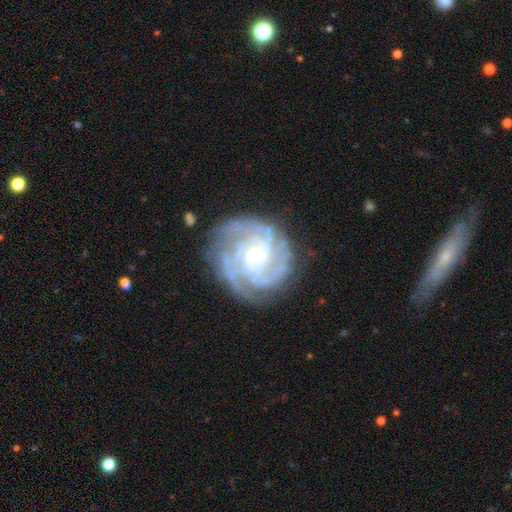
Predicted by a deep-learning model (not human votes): This appears to be a featured or disk galaxy (90%) with no bar (65%), 3 (30%) tight (70%) spiral arms (98%) and a small central bulge (59%). Merging: none (78%).